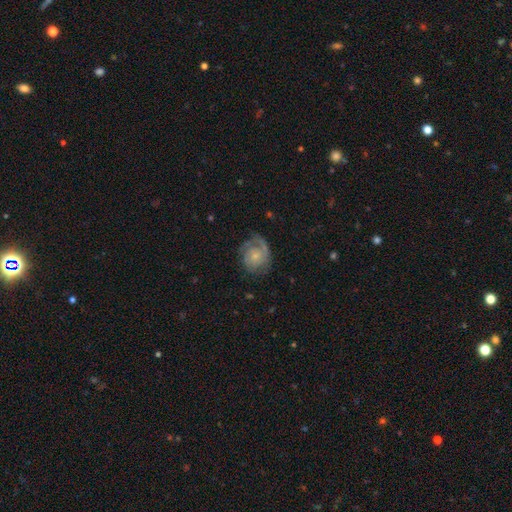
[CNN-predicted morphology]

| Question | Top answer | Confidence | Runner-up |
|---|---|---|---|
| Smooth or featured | featured or disk | 71% | smooth (22%) |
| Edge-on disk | no | 98% | yes (2%) |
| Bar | no | 75% | weak (22%) |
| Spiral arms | yes | 90% | no (10%) |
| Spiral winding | tight | 54% | medium (32%) |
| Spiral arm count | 2 | 36% | 1 (31%) |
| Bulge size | small | 67% | moderate (24%) |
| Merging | none | 63% | minor disturbance (21%) |